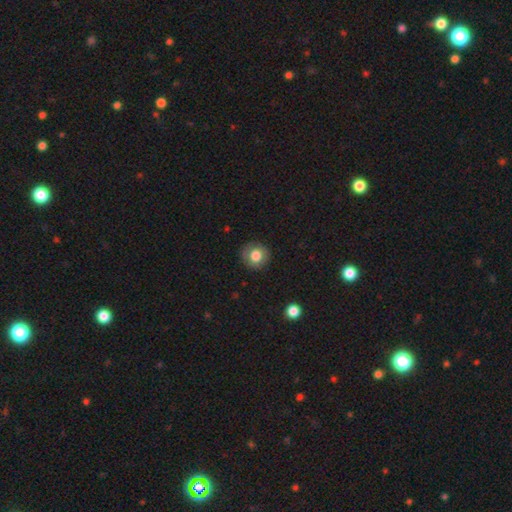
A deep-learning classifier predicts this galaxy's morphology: smooth-or-featured: smooth: 79% | featured or disk: 12% | star or artifact: 9%
  how-rounded: round: 91% | in between: 8% | cigar-shaped: 1%
  merging: none: 86% | minor disturbance: 10% | major disturbance: 3% | merger: 1%